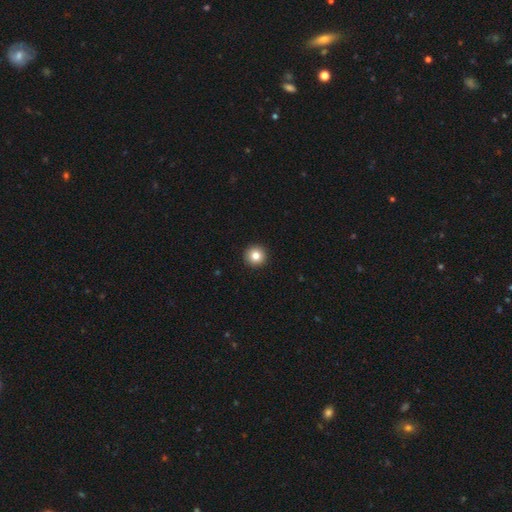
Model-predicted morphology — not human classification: smooth-or-featured: smooth: 82% | star or artifact: 10% | featured or disk: 7%
  how-rounded: round: 96% | in between: 3% | cigar-shaped: 1%
  merging: none: 94% | minor disturbance: 4% | major disturbance: 1% | merger: 1%